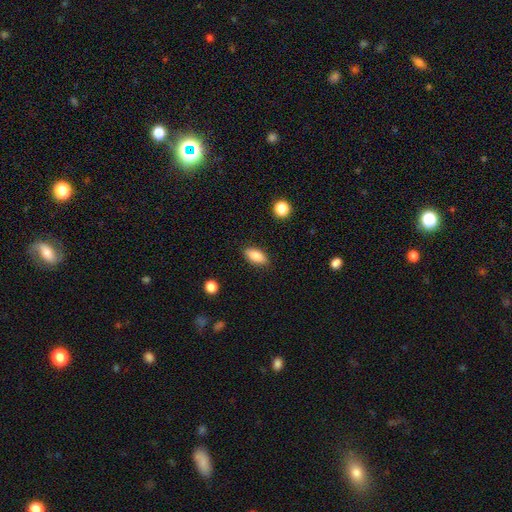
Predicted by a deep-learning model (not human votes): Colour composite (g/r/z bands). It shows a smooth galaxy with no disk features (83%) that is in between round and cigar-shaped (85%). Merging: none (86%).